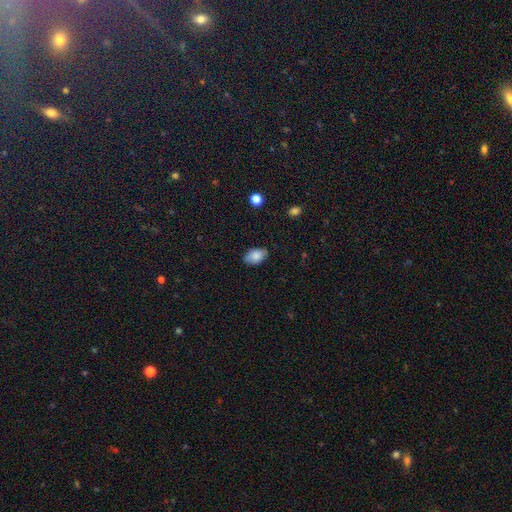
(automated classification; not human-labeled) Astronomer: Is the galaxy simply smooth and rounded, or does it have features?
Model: smooth — 84%.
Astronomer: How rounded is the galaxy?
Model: in between — 91%.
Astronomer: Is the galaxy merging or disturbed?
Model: none — 79%.